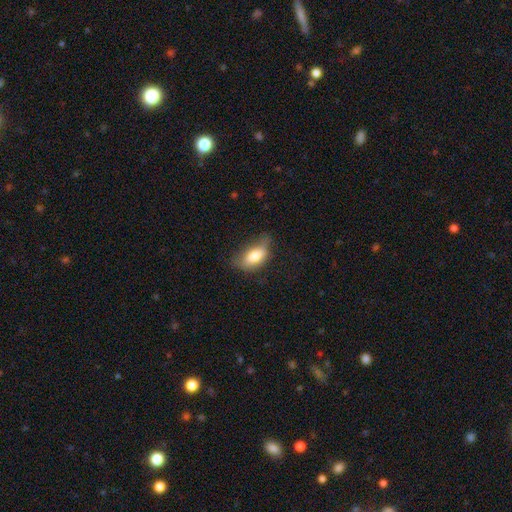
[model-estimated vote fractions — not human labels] Smooth or featured: smooth — 77% (featured or disk — 16%)
How rounded: in between — 88% (cigar-shaped — 7%)
Merging: minor disturbance — 40% (none — 38%)